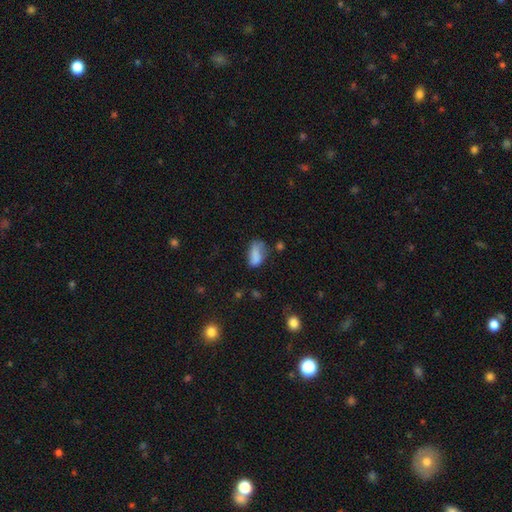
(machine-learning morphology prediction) Smooth or featured: smooth — 77% (featured or disk — 13%)
How rounded: in between — 88% (round — 6%)
Merging: none — 42% (minor disturbance — 32%)